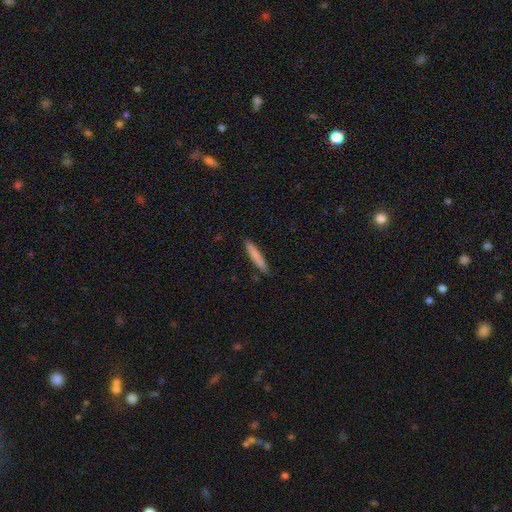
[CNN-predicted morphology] Q: Smooth or featured?
A: smooth (78%); runner-up: featured or disk (16%)
Q: How rounded?
A: cigar-shaped (94%); runner-up: in between (5%)
Q: Merging?
A: none (89%); runner-up: minor disturbance (8%)